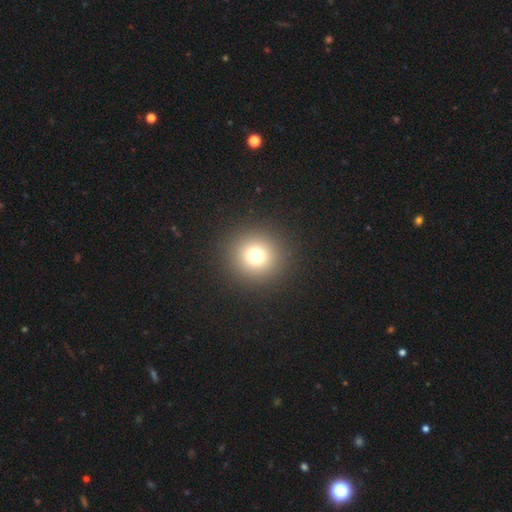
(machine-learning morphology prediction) type=smooth (74%); roundness=round (94%); merging=none (92%).